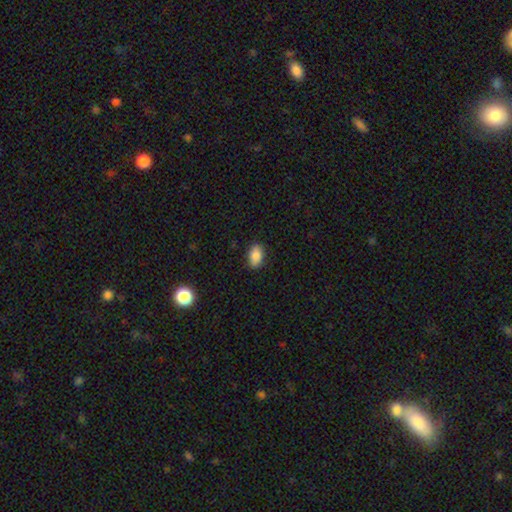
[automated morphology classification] type=smooth (86%); roundness=in between (90%); merging=none (87%).